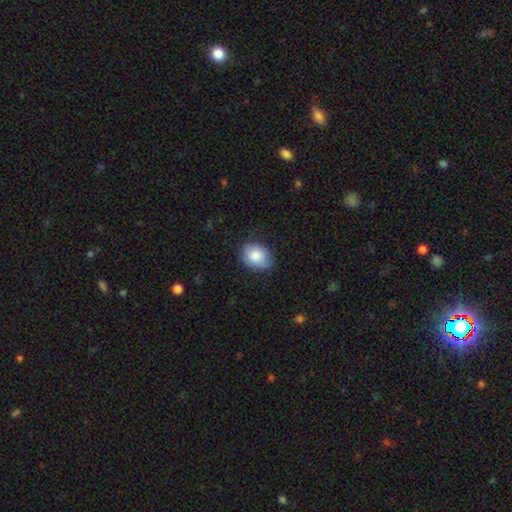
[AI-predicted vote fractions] Q: Smooth or featured?
A: smooth (84%); runner-up: featured or disk (9%)
Q: How rounded?
A: in between (71%); runner-up: round (28%)
Q: Merging?
A: none (77%); runner-up: minor disturbance (19%)